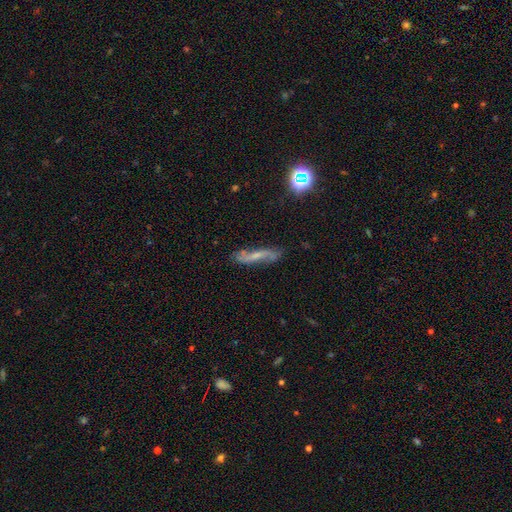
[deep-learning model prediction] Morphology: type=featured or disk (66%); edge-on=no (71%); merging=none (77%).